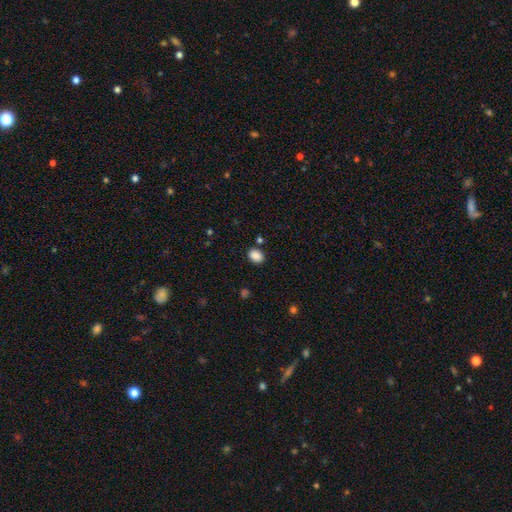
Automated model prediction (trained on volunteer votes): The model was most divided on "how rounded": in between: 63%, round: 36%, cigar-shaped: 1%. More confident: smooth or featured — smooth (88%); merging — none (83%).